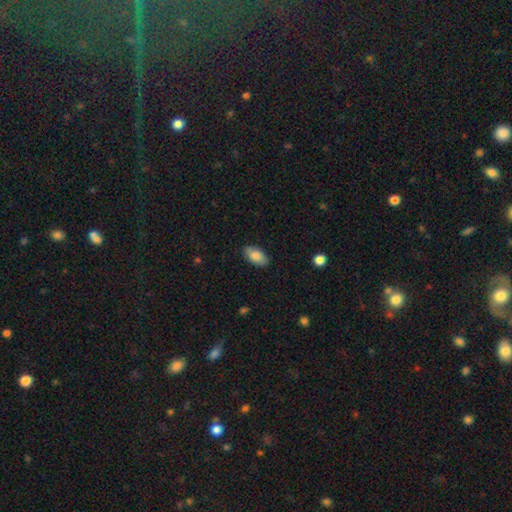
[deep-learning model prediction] This appears to be a smooth galaxy with no disk features (81%) that is in between round and cigar-shaped (92%). Merging: none (88%).